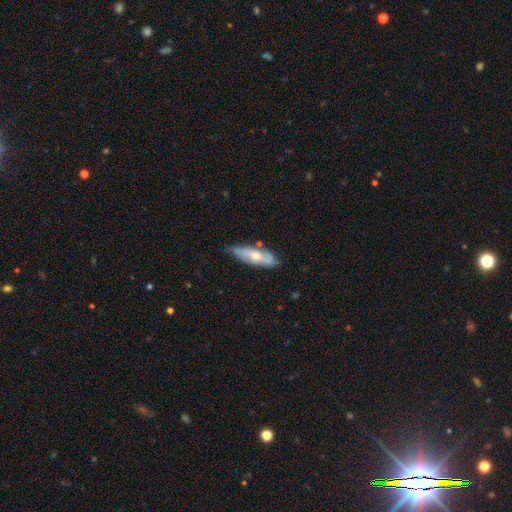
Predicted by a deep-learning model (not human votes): smooth_or_featured: featured or disk (p=0.48) [alt: smooth p=0.46]
merging: none (p=0.70) [alt: minor disturbance p=0.23]